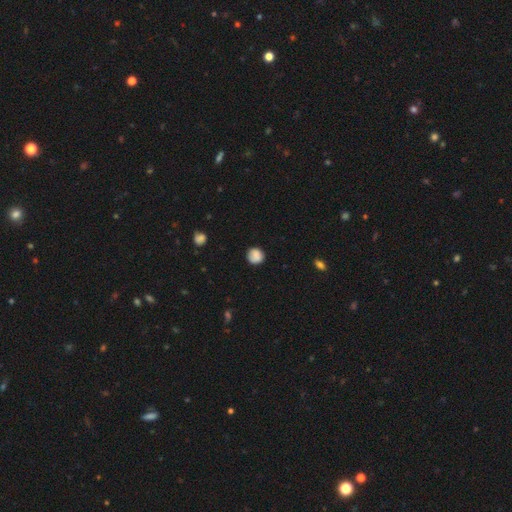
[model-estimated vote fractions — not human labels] Q: Smooth or featured?
A: smooth (85%); runner-up: star or artifact (9%)
Q: How rounded?
A: round (89%); runner-up: in between (10%)
Q: Merging?
A: none (80%); runner-up: minor disturbance (15%)